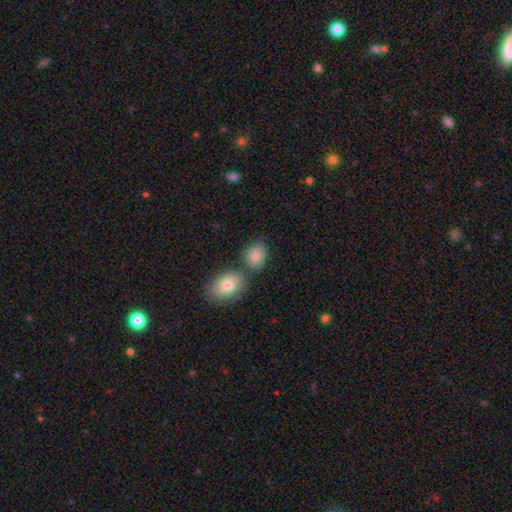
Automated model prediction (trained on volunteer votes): This appears to be a smooth galaxy with no disk features (83%) that is round (50%). Merging: none (62%).